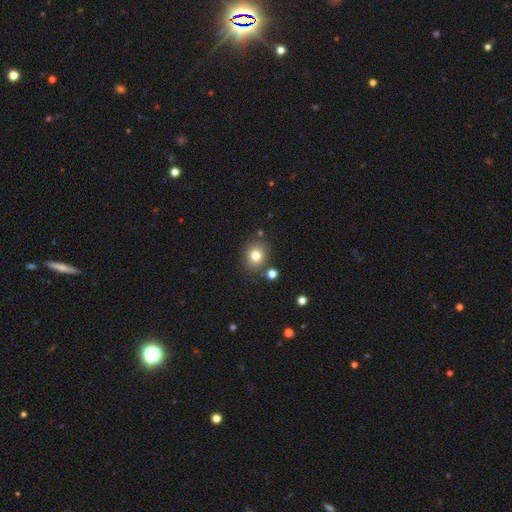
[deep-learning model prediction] Morphology: type=smooth (80%); roundness=round (67%); merging=none (80%).